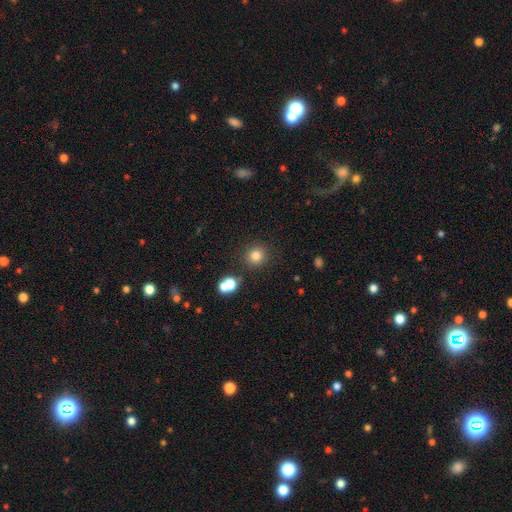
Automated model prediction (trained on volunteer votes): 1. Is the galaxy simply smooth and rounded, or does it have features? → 80% smooth, 14% star or artifact, 6% featured or disk.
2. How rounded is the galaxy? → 93% round, 6% in between, 1% cigar-shaped.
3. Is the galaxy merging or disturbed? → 86% none, 7% minor disturbance, 4% merger, 3% major disturbance.